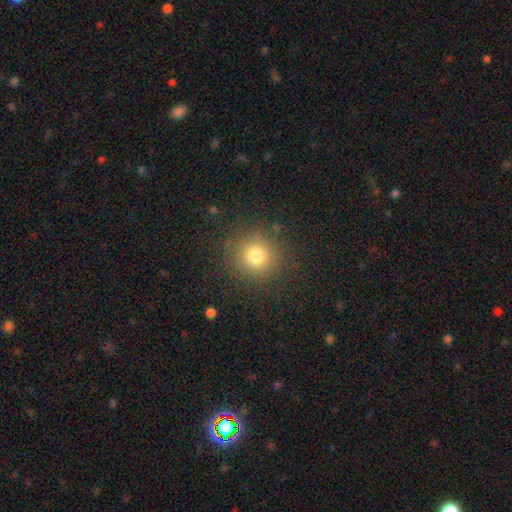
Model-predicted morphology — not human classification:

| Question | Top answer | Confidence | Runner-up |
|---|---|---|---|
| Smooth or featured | smooth | 77% | star or artifact (15%) |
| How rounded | round | 94% | in between (5%) |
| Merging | none | 87% | minor disturbance (8%) |